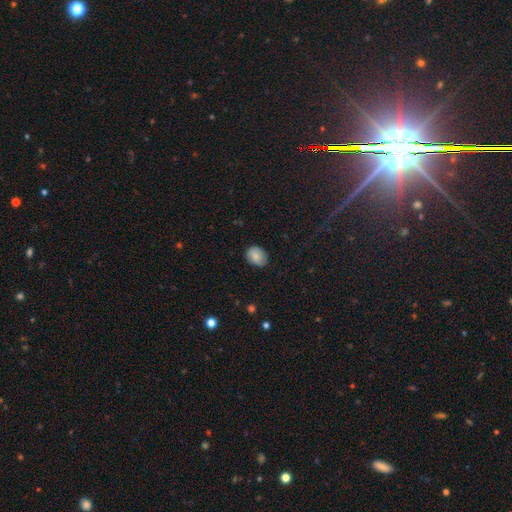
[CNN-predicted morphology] The model was most divided on "how rounded": in between: 60%, round: 39%, cigar-shaped: 1%. More confident: smooth or featured — smooth (82%); merging — none (79%).